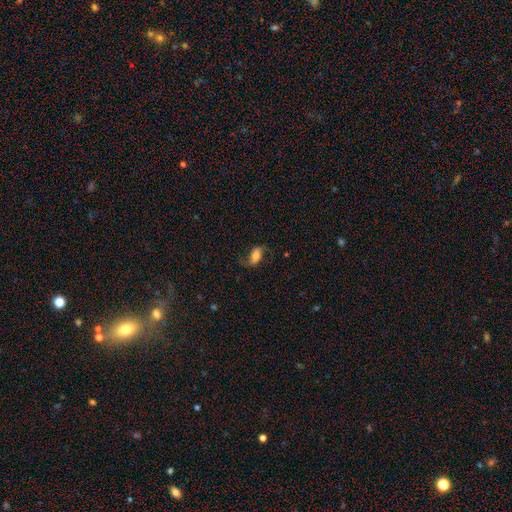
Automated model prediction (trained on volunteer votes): A smooth galaxy with no disk features (50%) that is in between round and cigar-shaped (87%). Merging: none (64%).